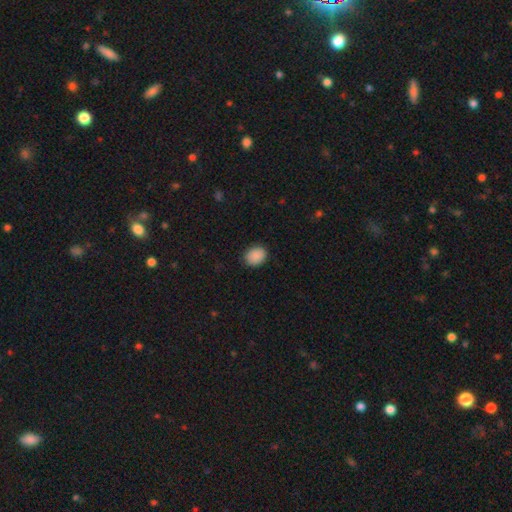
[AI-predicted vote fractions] Q: Smooth or featured?
A: smooth (89%); runner-up: star or artifact (8%)
Q: How rounded?
A: round (54%); runner-up: in between (45%)
Q: Merging?
A: none (88%); runner-up: minor disturbance (9%)